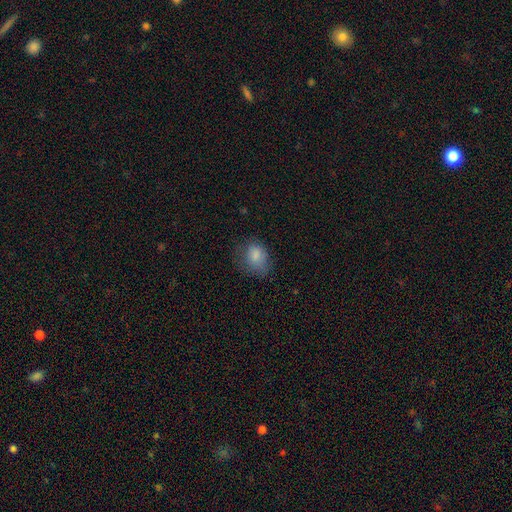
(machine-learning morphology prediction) The model was most divided on "how rounded": in between: 60%, round: 39%, cigar-shaped: 1%. More confident: smooth or featured — smooth (81%); merging — none (55%).